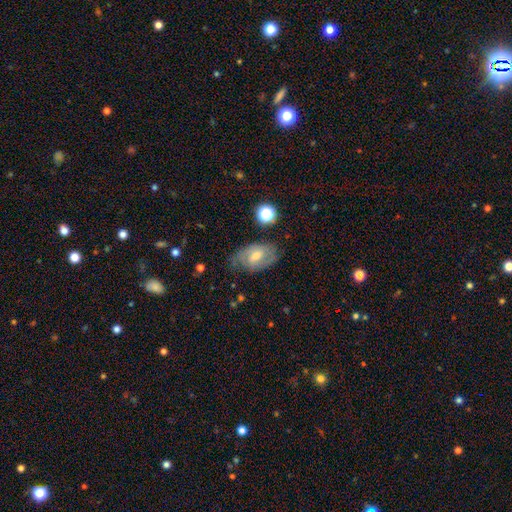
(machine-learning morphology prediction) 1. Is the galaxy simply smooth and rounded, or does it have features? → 63% featured or disk, 29% smooth, 9% star or artifact.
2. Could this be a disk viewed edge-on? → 95% no, 5% yes.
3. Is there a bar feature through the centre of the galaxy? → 54% weak, 33% no, 14% strong.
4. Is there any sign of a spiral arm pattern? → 84% yes, 16% no.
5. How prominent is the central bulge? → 56% moderate, 38% small, 3% large, 2% none, 1% dominant.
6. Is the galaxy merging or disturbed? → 66% none, 23% minor disturbance, 8% major disturbance, 2% merger.